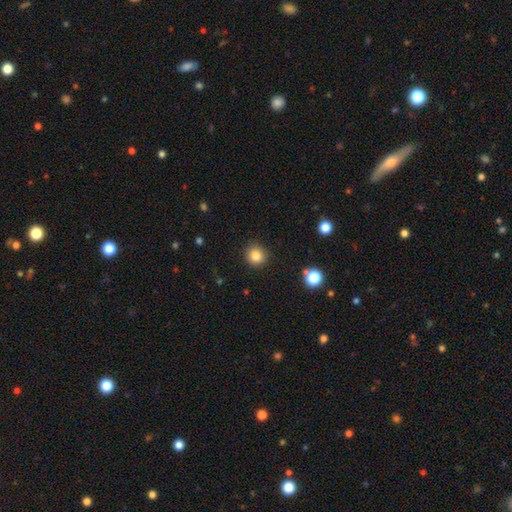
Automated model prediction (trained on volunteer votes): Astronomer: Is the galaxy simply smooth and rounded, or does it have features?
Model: smooth — 83%.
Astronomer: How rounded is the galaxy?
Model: round — 92%.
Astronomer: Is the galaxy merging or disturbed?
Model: none — 90%.